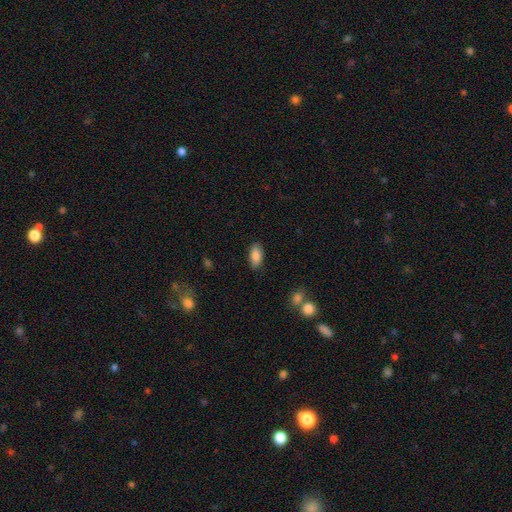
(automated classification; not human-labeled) smooth_or_featured: smooth (p=0.85) [alt: featured or disk p=0.08]
how_rounded: in between (p=0.90) [alt: cigar-shaped p=0.08]
merging: none (p=0.87) [alt: minor disturbance p=0.10]